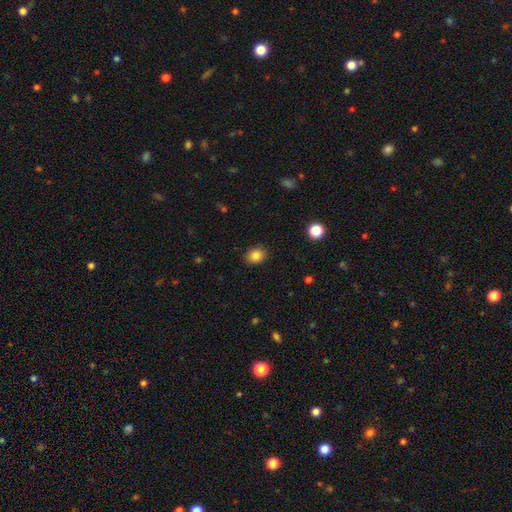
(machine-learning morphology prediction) Q: Smooth or featured?
A: smooth (84%); runner-up: star or artifact (10%)
Q: How rounded?
A: in between (52%); runner-up: round (47%)
Q: Merging?
A: none (88%); runner-up: minor disturbance (9%)